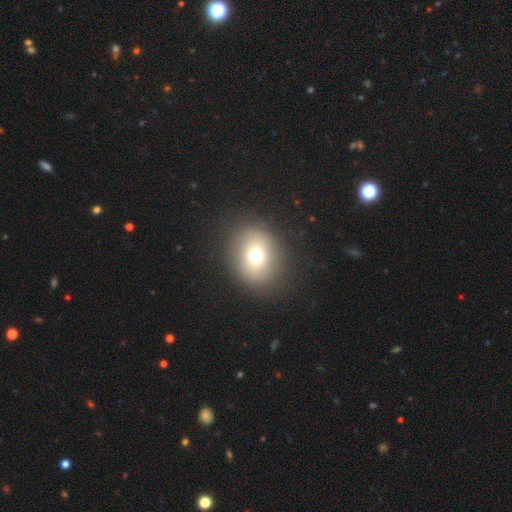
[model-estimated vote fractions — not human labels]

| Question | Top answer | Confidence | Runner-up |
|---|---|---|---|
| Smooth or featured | smooth | 71% | featured or disk (16%) |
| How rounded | round | 66% | in between (33%) |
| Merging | none | 87% | minor disturbance (8%) |